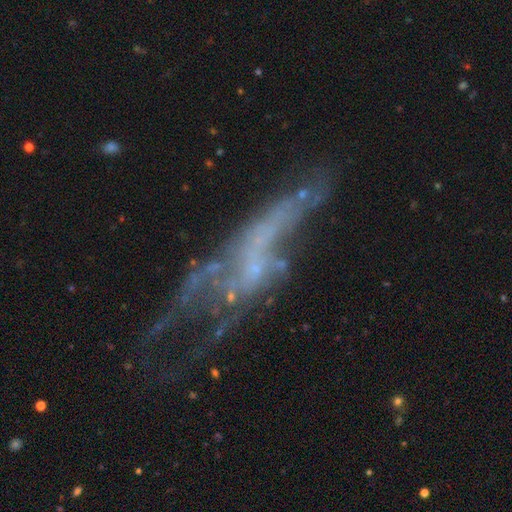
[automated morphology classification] type=featured or disk (64%); edge-on=no (78%); bar=no (81%); spiral arms=no (76%); bulge=none (70%); merging=major disturbance (43%).